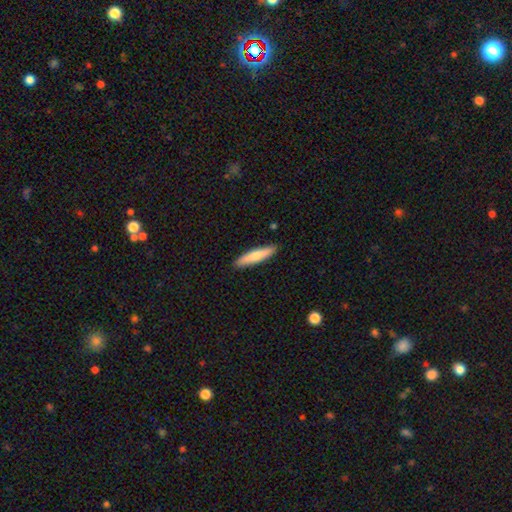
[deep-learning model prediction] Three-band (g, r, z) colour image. It shows a smooth galaxy with no disk features (72%) that is cigar-shaped (84%). Merging: none (90%).